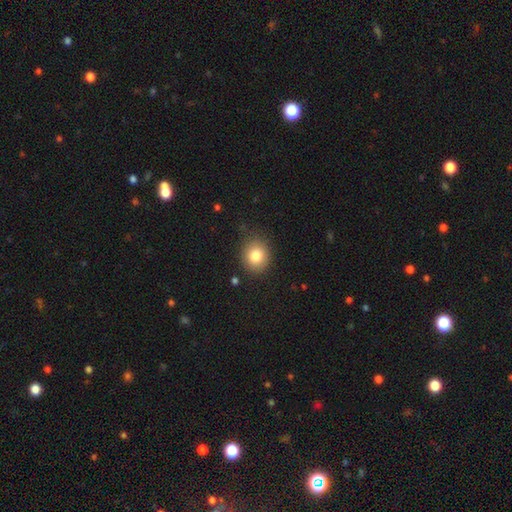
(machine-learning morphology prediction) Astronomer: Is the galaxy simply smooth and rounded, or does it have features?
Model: smooth — 82%.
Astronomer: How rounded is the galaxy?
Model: round — 78%.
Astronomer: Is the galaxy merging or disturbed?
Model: none — 85%.